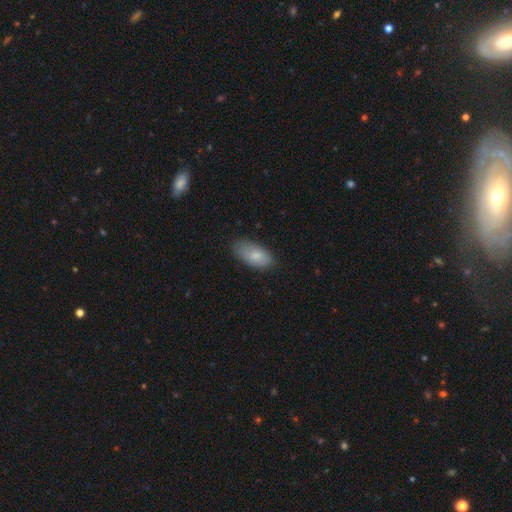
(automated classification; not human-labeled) This appears to be a smooth galaxy with no disk features (80%) that is in between round and cigar-shaped (92%). Merging: none (70%).